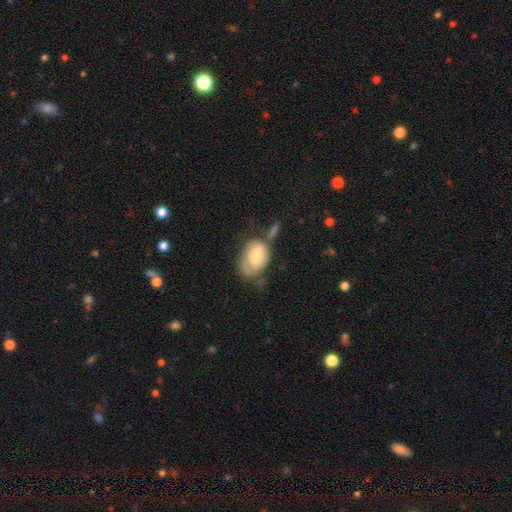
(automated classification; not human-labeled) Q: Smooth or featured?
A: smooth (58%); runner-up: featured or disk (35%)
Q: How rounded?
A: in between (68%); runner-up: round (31%)
Q: Merging?
A: minor disturbance (28%); runner-up: none (27%)